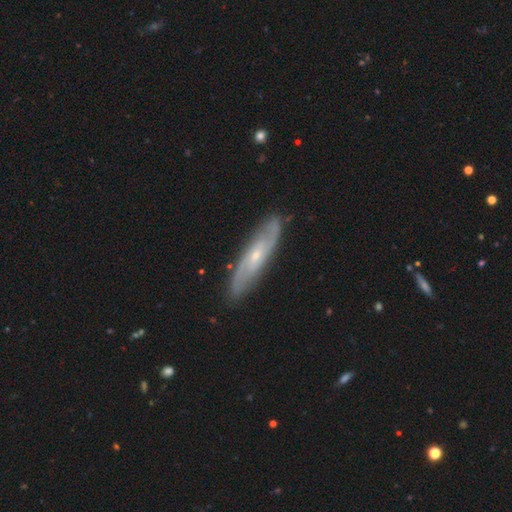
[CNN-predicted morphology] A featured or disk galaxy (76%) with no bar (60%), spiral arms (91%) and a small central bulge (72%).

Vote fractions:
- Smooth or featured? featured or disk: 76% / smooth: 18% / star or artifact: 5%
- Edge-on disk? no: 70% / yes: 30%
- Bar? no: 60% / weak: 33% / strong: 8%
- Spiral arms? yes: 91% / no: 9%
- Bulge size? small: 72% / moderate: 24% / none: 2% / large: 1% / dominant: 1%
- Merging? none: 84% / minor disturbance: 12% / major disturbance: 2% / merger: 1%